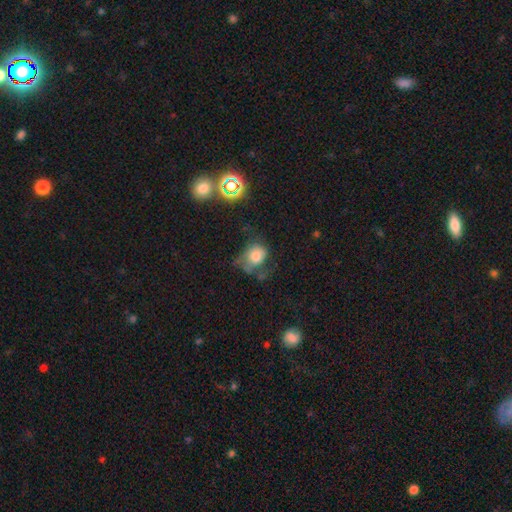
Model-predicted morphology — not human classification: The model was most divided on "merging": major disturbance: 35%, none: 32%, minor disturbance: 27%, merger: 7%. More confident: smooth or featured — smooth (65%); how rounded — round (57%).